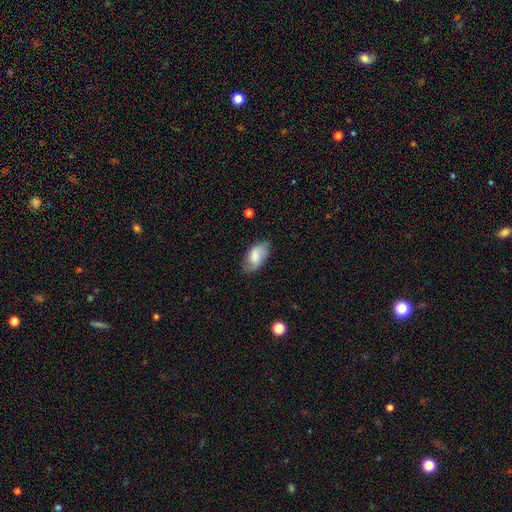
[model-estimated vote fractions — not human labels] Q: Smooth or featured?
A: smooth (71%); runner-up: featured or disk (23%)
Q: How rounded?
A: in between (94%); runner-up: round (3%)
Q: Merging?
A: none (76%); runner-up: minor disturbance (19%)